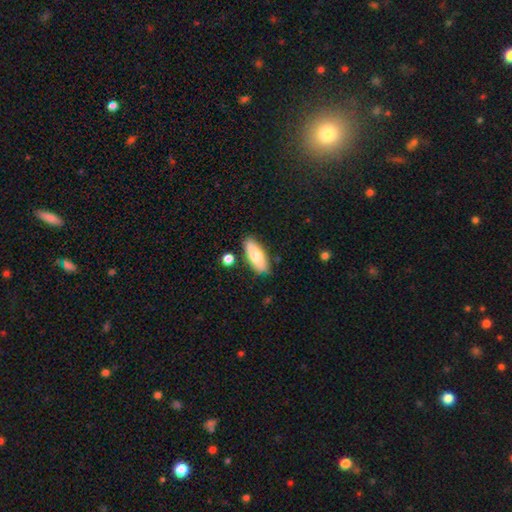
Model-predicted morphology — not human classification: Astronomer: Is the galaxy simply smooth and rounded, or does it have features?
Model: smooth — 77%.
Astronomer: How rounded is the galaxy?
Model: in between — 74%.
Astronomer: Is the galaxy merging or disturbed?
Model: none — 80%.